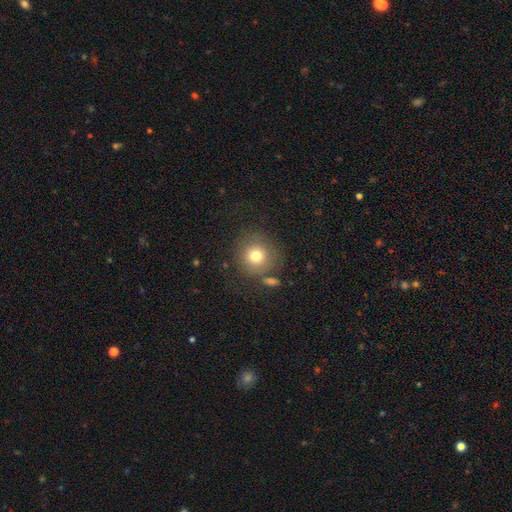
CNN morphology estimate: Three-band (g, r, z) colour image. It shows a smooth galaxy with no disk features (75%) that is round (92%). Merging: none (75%).